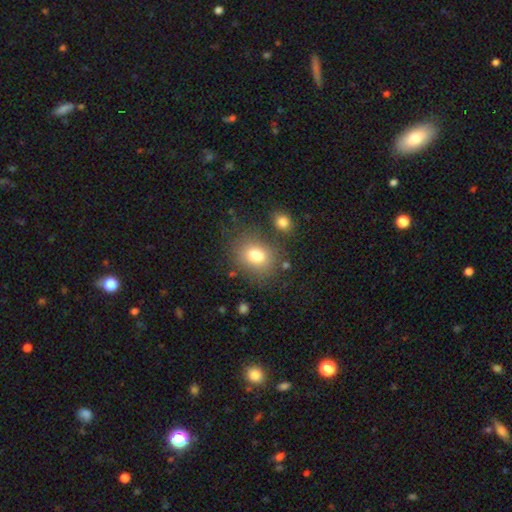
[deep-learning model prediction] Smooth or featured?
  - smooth: 78% *
  - star or artifact: 12%
  - featured or disk: 11%
How rounded?
  - round: 56% *
  - in between: 43%
  - cigar-shaped: 1%
Merging?
  - none: 74% *
  - minor disturbance: 13%
  - merger: 7%
  - major disturbance: 6%